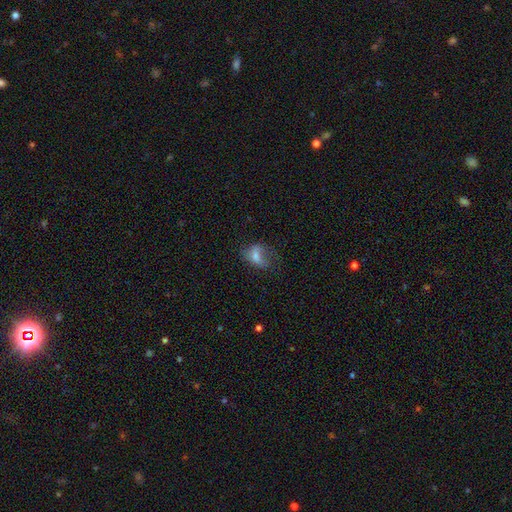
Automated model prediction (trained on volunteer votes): A smooth galaxy with no disk features (62%) that is in between round and cigar-shaped (79%).

Vote fractions:
- Smooth or featured? smooth: 62% / featured or disk: 27% / star or artifact: 11%
- How rounded? in between: 79% / round: 18% / cigar-shaped: 3%
- Merging? none: 39% / major disturbance: 31% / minor disturbance: 28% / merger: 2%